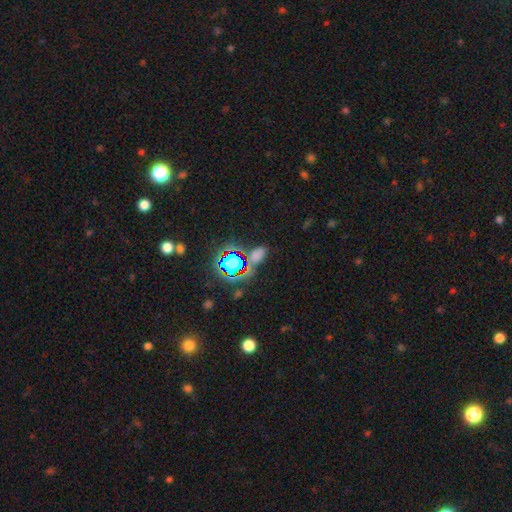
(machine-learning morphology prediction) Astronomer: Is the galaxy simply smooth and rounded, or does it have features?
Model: star or artifact — 48% (runner-up: smooth, 42%).